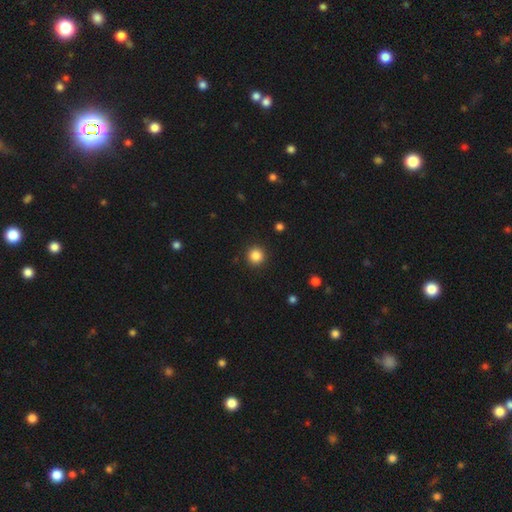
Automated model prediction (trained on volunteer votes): This is clearly a smooth galaxy (85%). How rounded: clearly round (96%). Merging: clearly none (93%).